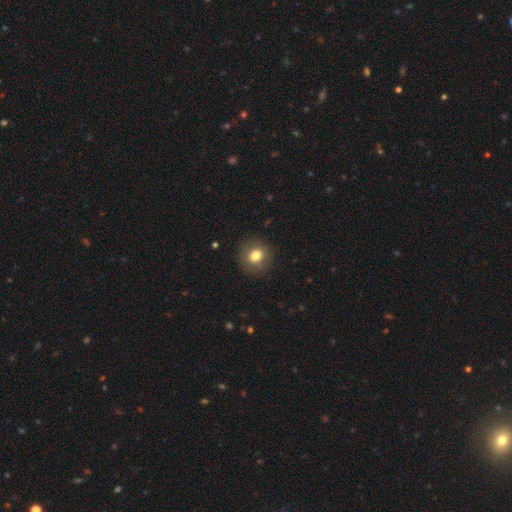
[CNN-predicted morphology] Smooth or featured? Predicted: smooth (p=0.79). How rounded? Predicted: round (p=0.82). Merging? Predicted: none (p=0.88).